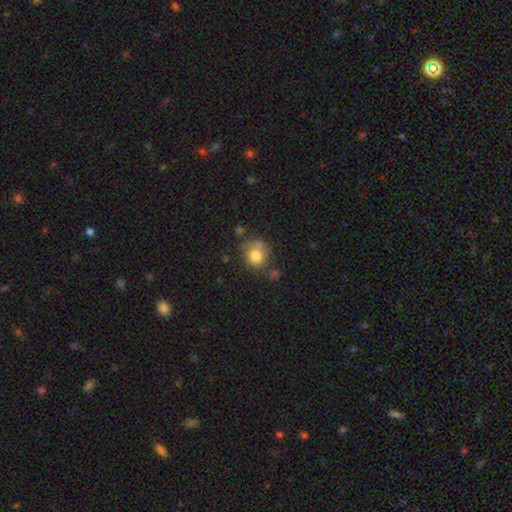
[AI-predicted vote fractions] smooth 77%, featured or disk 13%, star or artifact 10%. Down the decision tree: how rounded — round (74%); merging — none (54%).